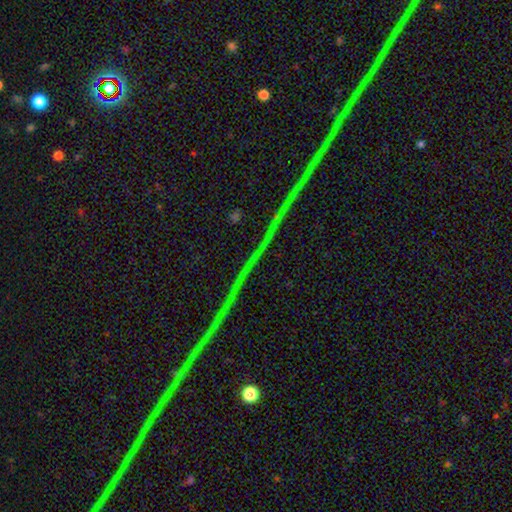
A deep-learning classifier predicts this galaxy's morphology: This appears to be a star or artifact, not a galaxy (82%).